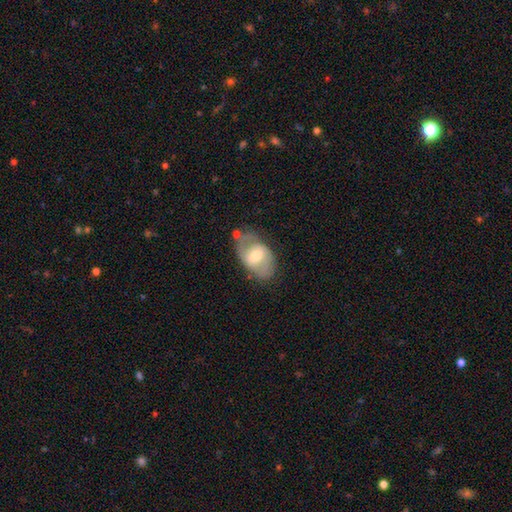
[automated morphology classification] Smooth or featured: featured or disk — 64% (smooth — 29%)
Edge-on disk: no — 95% (yes — 5%)
Bar: weak — 51% (no — 30%)
Spiral arms: yes — 80% (no — 20%)
Bulge size: moderate — 57% (small — 36%)
Merging: none — 63% (minor disturbance — 22%)